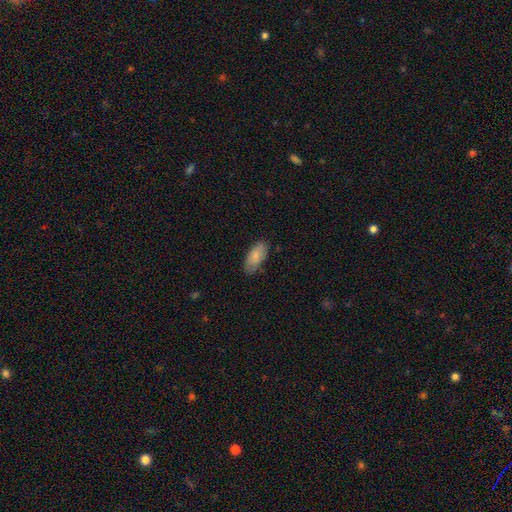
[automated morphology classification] Smooth or featured? smooth (83%)
How rounded? in between (90%)
Merging? none (74%)